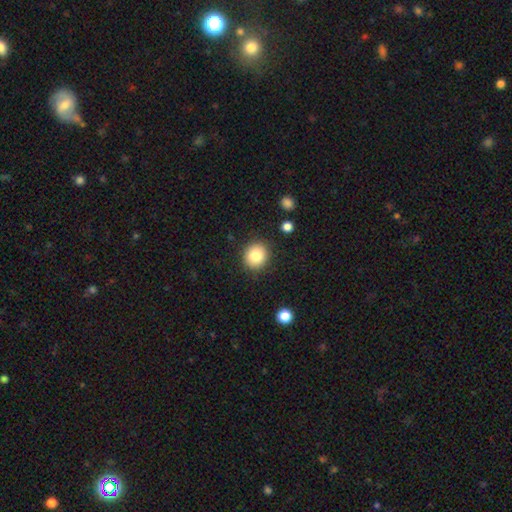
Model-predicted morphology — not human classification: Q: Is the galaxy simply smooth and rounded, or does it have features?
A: smooth — 82%.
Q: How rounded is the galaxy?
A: round — 84%.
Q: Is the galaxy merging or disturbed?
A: none — 89%.